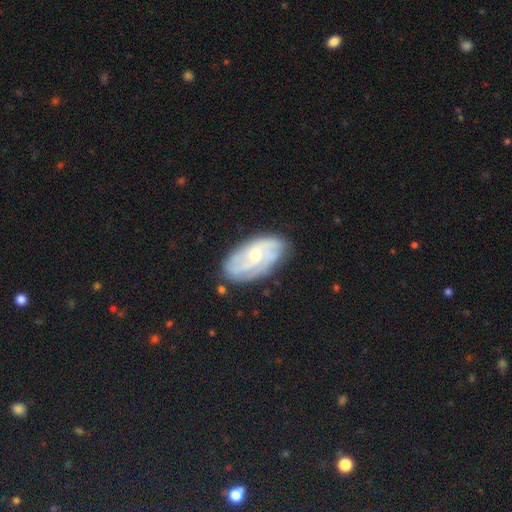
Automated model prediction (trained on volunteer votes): Smooth or featured: featured or disk — 74% (smooth — 20%)
Edge-on disk: no — 95% (yes — 5%)
Bar: no — 55% (weak — 38%)
Spiral arms: yes — 91% (no — 9%)
Spiral winding: tight — 45% (medium — 39%)
Spiral arm count: can't tell — 30% (2 — 27%)
Bulge size: moderate — 48% (small — 44%)
Merging: none — 76% (minor disturbance — 17%)